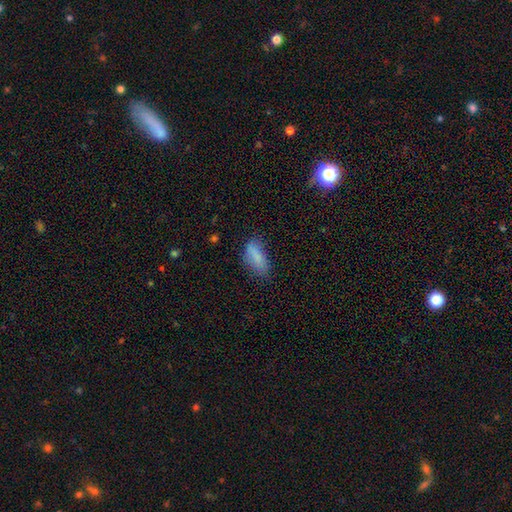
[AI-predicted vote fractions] Q: Smooth or featured?
A: smooth (81%); runner-up: featured or disk (10%)
Q: How rounded?
A: in between (84%); runner-up: cigar-shaped (13%)
Q: Merging?
A: none (59%); runner-up: minor disturbance (29%)